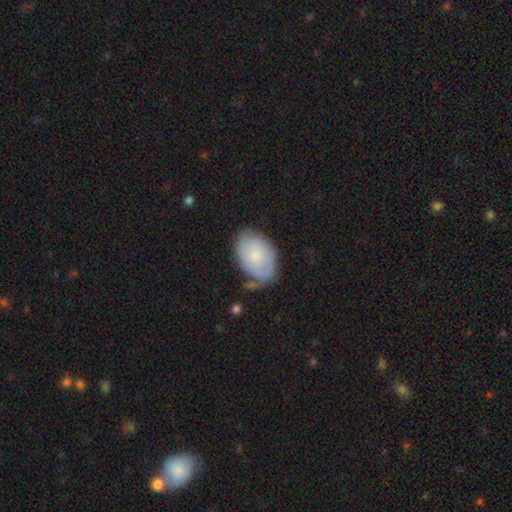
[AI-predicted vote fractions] Smooth or featured? Predicted: smooth (p=0.67). How rounded? Predicted: in between (p=0.84). Merging? Predicted: none (p=0.57).